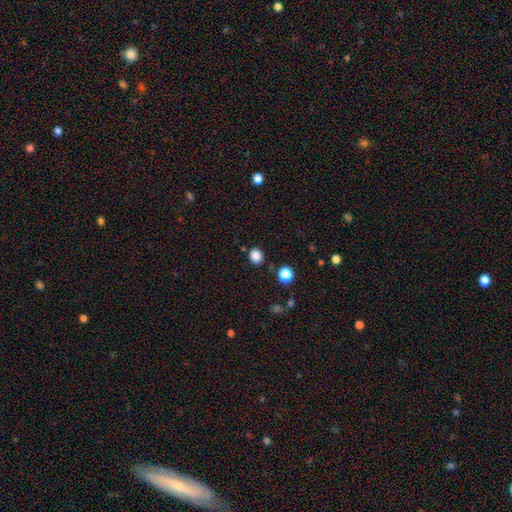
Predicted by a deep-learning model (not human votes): A smooth galaxy with no disk features (84%) that is round (74%). Merging: none (83%).